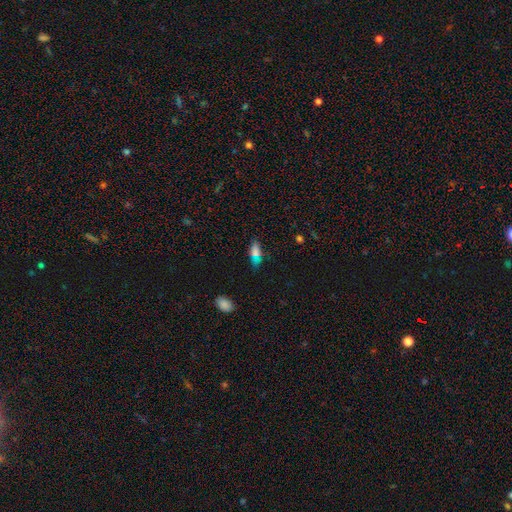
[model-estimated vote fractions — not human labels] smooth-or-featured: smooth: 72% | star or artifact: 16% | featured or disk: 12%
  how-rounded: in between: 78% | cigar-shaped: 18% | round: 4%
  merging: none: 75% | minor disturbance: 18% | major disturbance: 4% | merger: 3%